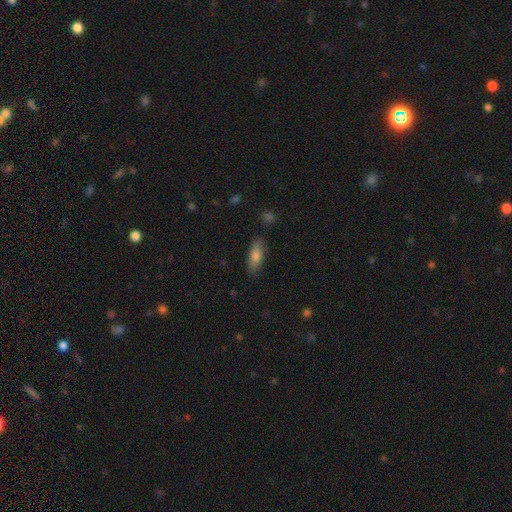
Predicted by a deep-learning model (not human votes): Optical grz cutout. It shows a smooth galaxy with no disk features (78%) that is in between round and cigar-shaped (74%). Merging: none (82%).